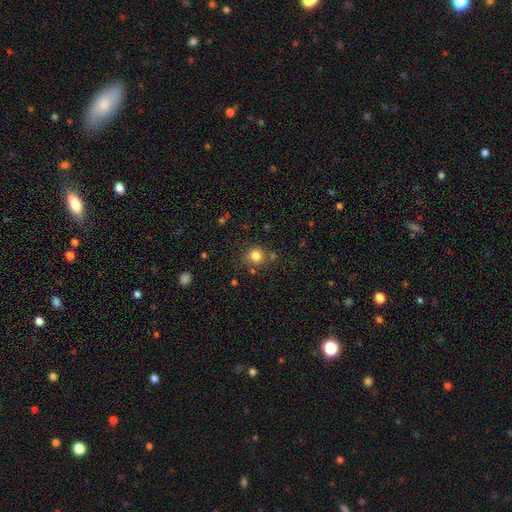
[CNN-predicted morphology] Q: Smooth or featured?
A: smooth (81%); runner-up: star or artifact (12%)
Q: How rounded?
A: round (88%); runner-up: in between (11%)
Q: Merging?
A: none (76%); runner-up: minor disturbance (12%)